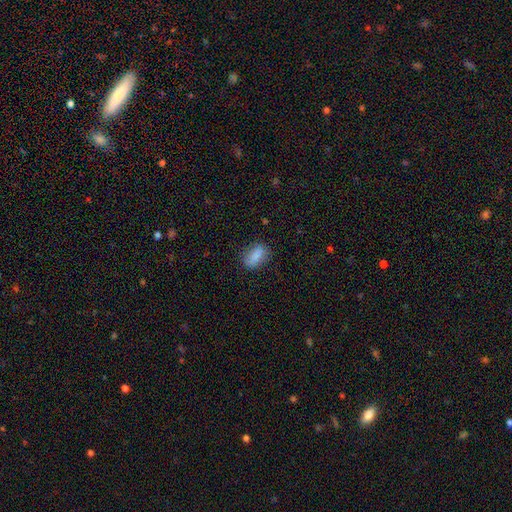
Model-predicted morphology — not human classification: Smooth or featured: smooth — 83% (featured or disk — 10%)
How rounded: in between — 82% (cigar-shaped — 10%)
Merging: none — 79% (minor disturbance — 15%)